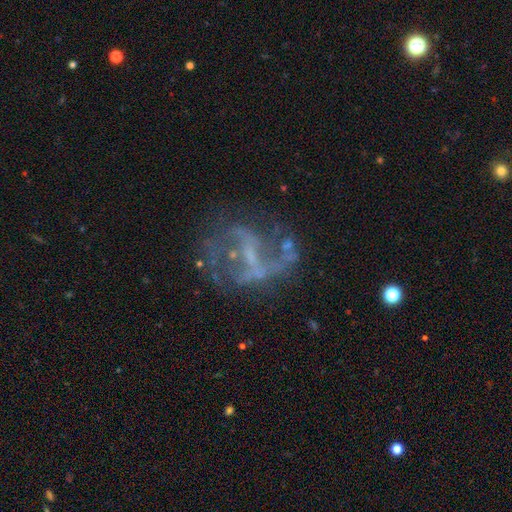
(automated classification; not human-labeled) Smooth or featured? Predicted: featured or disk (p=0.75). Edge-on disk? Predicted: no (p=0.97). Bar? Predicted: weak (p=0.41). Spiral arms? Predicted: yes (p=0.65). Bulge size? Predicted: small (p=0.45). Merging? Predicted: none (p=0.51).